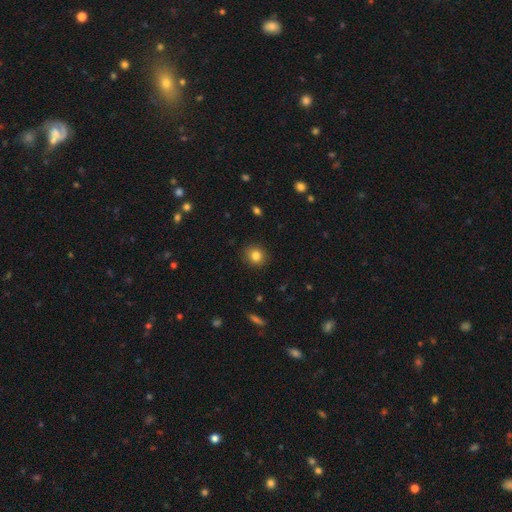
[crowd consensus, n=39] A smooth galaxy with no disk features (85%) that is round (85%).

Vote fractions:
- Smooth or featured? smooth: 85% / star or artifact: 10% / featured or disk: 5%
- How rounded? round: 85% / in between: 12% / cigar-shaped: 3%
- Merging? none: 86% / minor disturbance: 9% / major disturbance: 6% / merger: 0%